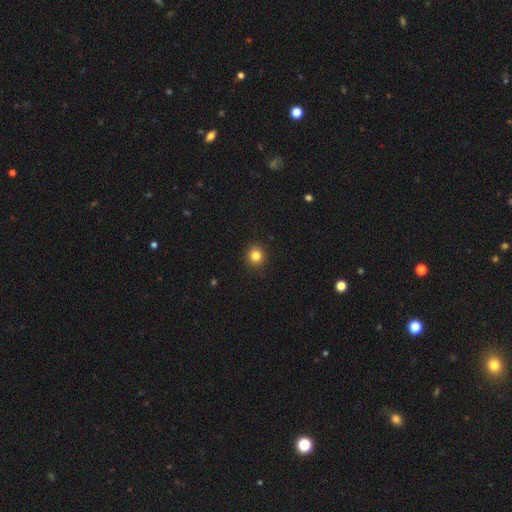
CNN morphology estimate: The model was most divided on "smooth or featured": smooth: 83%, star or artifact: 12%, featured or disk: 5%. More confident: merging — none (90%); how rounded — round (88%).